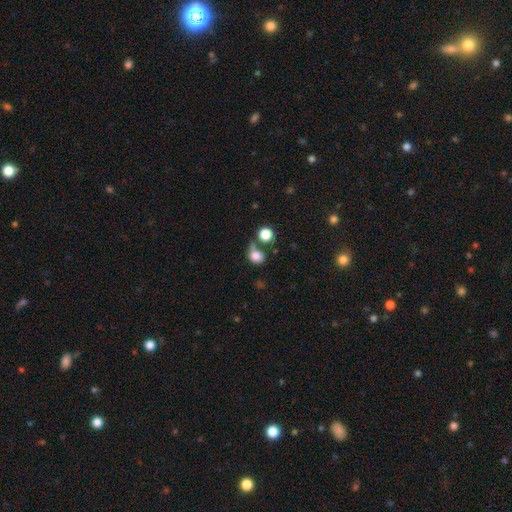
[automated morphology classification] This appears to be a smooth galaxy with no disk features (80%) that is round (66%). Merging: none (46%).